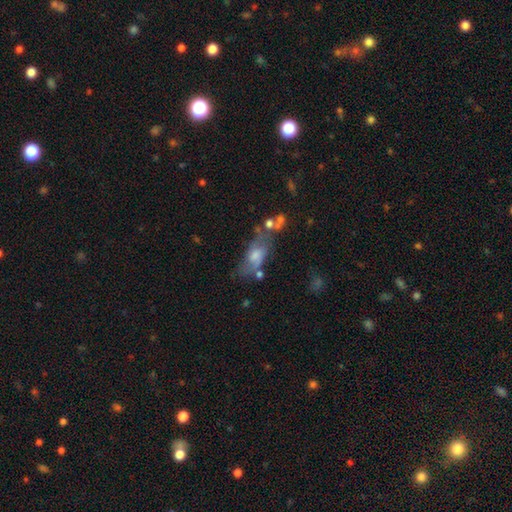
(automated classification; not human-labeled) Q: Smooth or featured?
A: smooth (49%); runner-up: featured or disk (40%)
Q: Merging?
A: none (40%); runner-up: minor disturbance (23%)